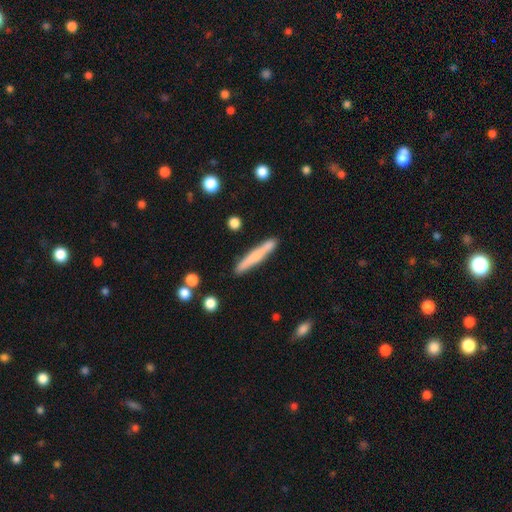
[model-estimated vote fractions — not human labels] This appears to be a smooth galaxy with no disk features (57%) that is cigar-shaped (94%). Merging: none (84%).